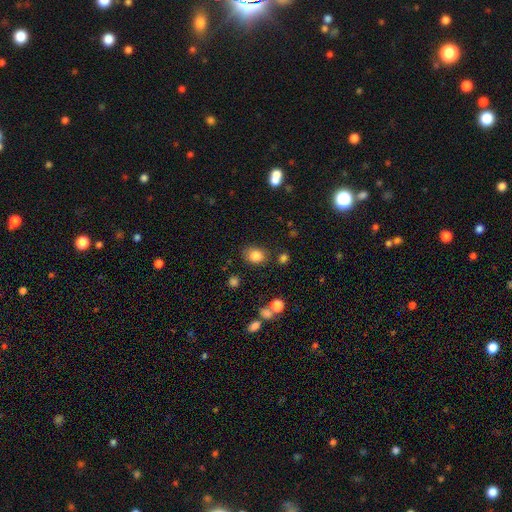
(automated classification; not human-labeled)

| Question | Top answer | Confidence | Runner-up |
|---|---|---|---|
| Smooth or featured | smooth | 83% | star or artifact (11%) |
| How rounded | in between | 55% | round (44%) |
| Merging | none | 76% | minor disturbance (15%) |